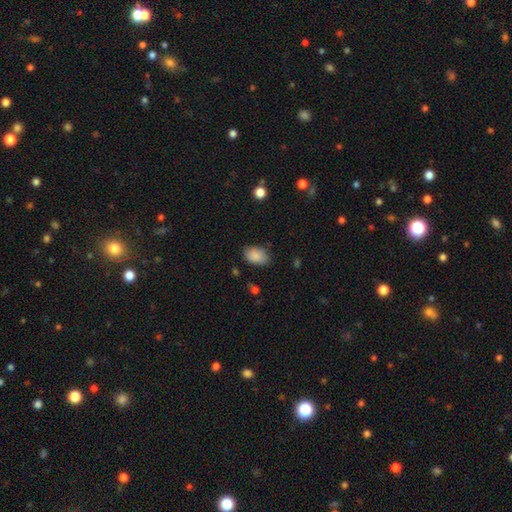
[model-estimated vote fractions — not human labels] A smooth galaxy with no disk features (87%) that is in between round and cigar-shaped (87%). Merging: none (78%).